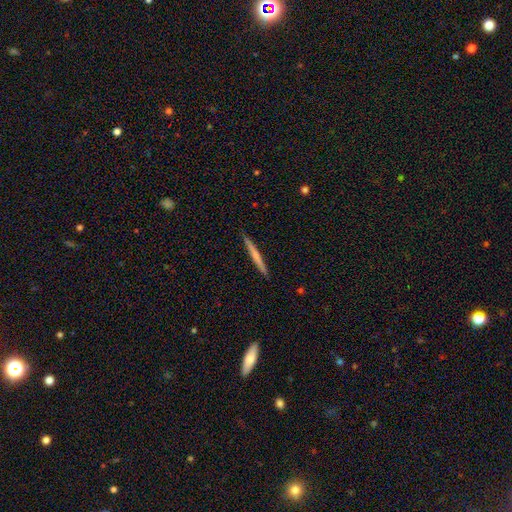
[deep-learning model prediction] A smooth galaxy with no disk features (53%) that is cigar-shaped (97%). Merging: none (91%).